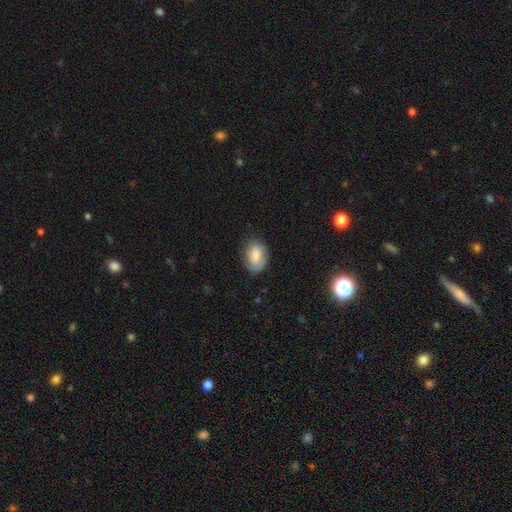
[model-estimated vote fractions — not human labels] smooth-or-featured: smooth: 63% | featured or disk: 30% | star or artifact: 7%
  how-rounded: in between: 84% | round: 14% | cigar-shaped: 2%
  merging: none: 74% | minor disturbance: 20% | major disturbance: 6% | merger: 1%